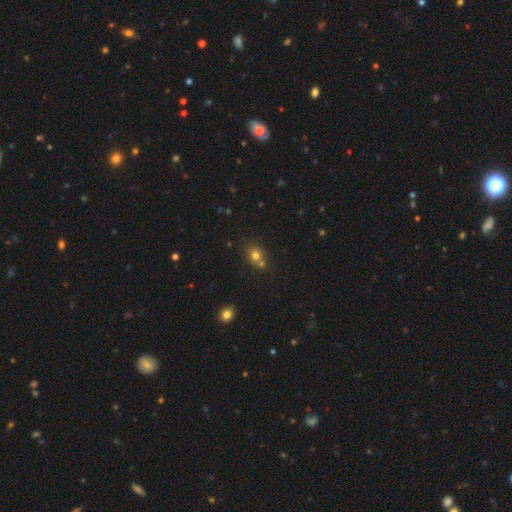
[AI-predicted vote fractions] Q: Smooth or featured?
A: smooth (72%); runner-up: star or artifact (17%)
Q: How rounded?
A: round (70%); runner-up: in between (29%)
Q: Merging?
A: none (56%); runner-up: merger (29%)